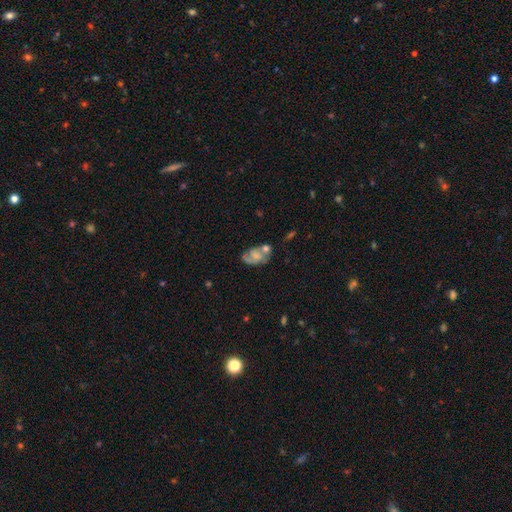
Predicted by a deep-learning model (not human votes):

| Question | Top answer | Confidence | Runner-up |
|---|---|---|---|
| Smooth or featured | featured or disk | 53% | smooth (38%) |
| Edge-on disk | no | 97% | yes (3%) |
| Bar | no | 67% | weak (28%) |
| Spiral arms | yes | 67% | no (33%) |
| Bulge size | small | 33% | none (31%) |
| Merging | none | 39% | merger (27%) |